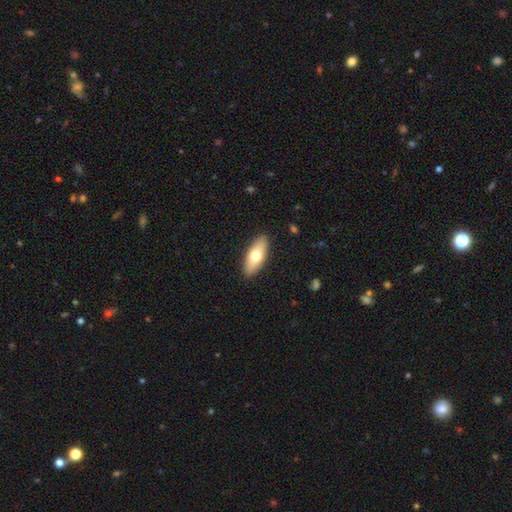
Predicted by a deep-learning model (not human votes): A smooth galaxy with no disk features (67%) that is in between round and cigar-shaped (74%).

Vote fractions:
- Smooth or featured? smooth: 67% / featured or disk: 28% / star or artifact: 6%
- How rounded? in between: 74% / cigar-shaped: 23% / round: 3%
- Merging? none: 89% / minor disturbance: 8% / major disturbance: 2% / merger: 1%